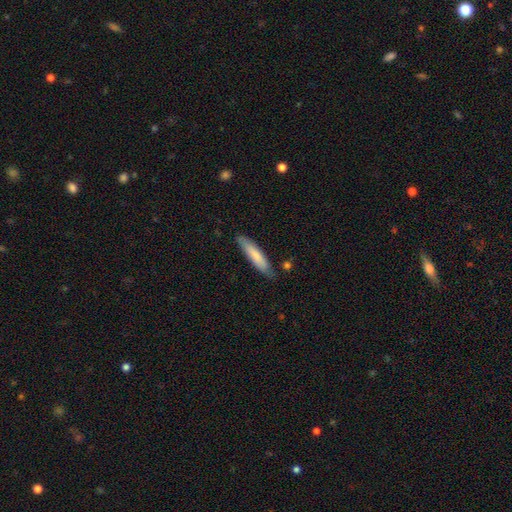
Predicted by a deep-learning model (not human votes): This appears to be a smooth galaxy with no disk features (78%) that is cigar-shaped (81%). Merging: none (81%).